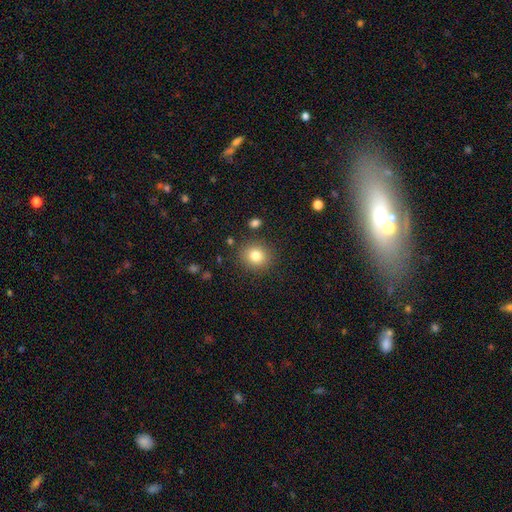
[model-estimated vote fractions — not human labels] Smooth or featured? Predicted: smooth (p=0.81). How rounded? Predicted: round (p=0.84). Merging? Predicted: none (p=0.87).